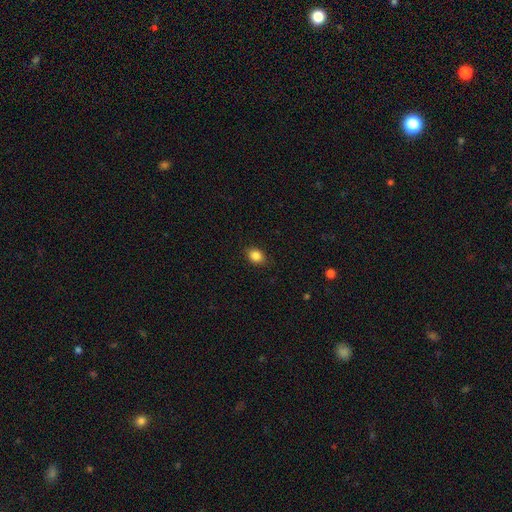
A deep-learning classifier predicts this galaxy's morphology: The model was most divided on "how rounded": in between: 56%, round: 43%, cigar-shaped: 1%. More confident: smooth or featured — smooth (86%); merging — none (85%).